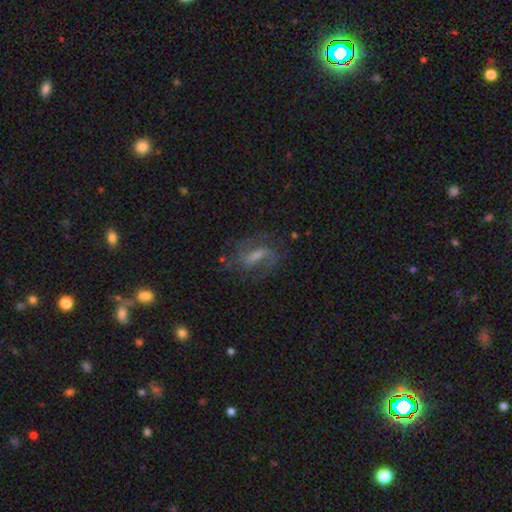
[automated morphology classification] Smooth or featured?
  - featured or disk: 69% *
  - smooth: 20%
  - star or artifact: 10%
Edge-on disk?
  - no: 93% *
  - yes: 7%
Bar?
  - weak: 43% *
  - strong: 41%
  - no: 16%
Spiral arms?
  - yes: 88% *
  - no: 12%
Spiral winding?
  - medium: 44% *
  - loose: 41%
  - tight: 15%
Spiral arm count?
  - 2: 76% *
  - can't tell: 10%
  - 1: 7%
  - 3: 3%
  - 4: 2%
  - more than 4: 1%
Bulge size?
  - none: 34% *
  - small: 28%
  - moderate: 27%
  - large: 9%
  - dominant: 2%
Merging?
  - none: 63% *
  - minor disturbance: 19%
  - major disturbance: 16%
  - merger: 2%